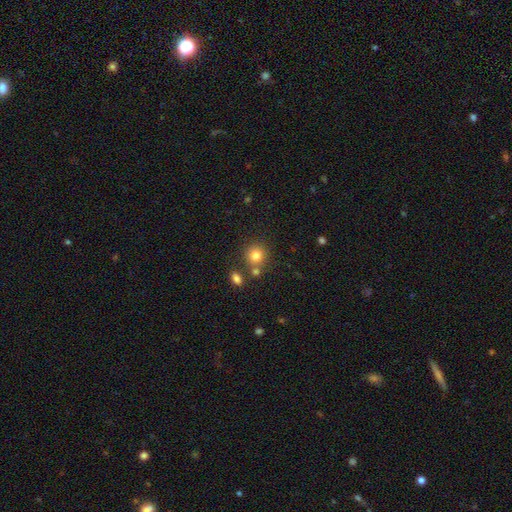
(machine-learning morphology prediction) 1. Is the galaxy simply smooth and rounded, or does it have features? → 80% smooth, 13% star or artifact, 8% featured or disk.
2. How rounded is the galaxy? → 88% round, 11% in between, 1% cigar-shaped.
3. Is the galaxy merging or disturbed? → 71% none, 16% merger, 10% minor disturbance, 4% major disturbance.